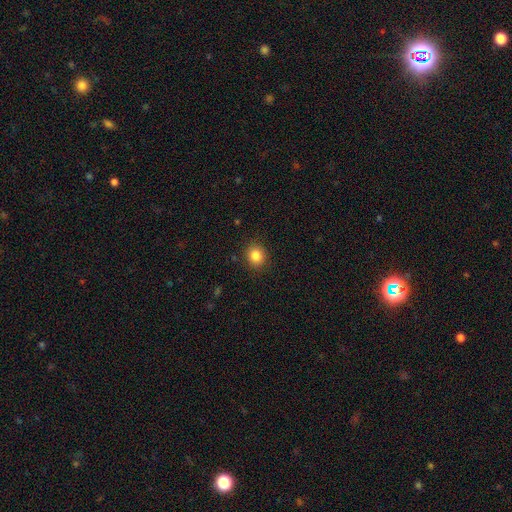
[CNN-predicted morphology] smooth_or_featured: smooth (p=0.84) [alt: star or artifact p=0.11]
how_rounded: round (p=0.80) [alt: in between p=0.19]
merging: none (p=0.90) [alt: minor disturbance p=0.07]